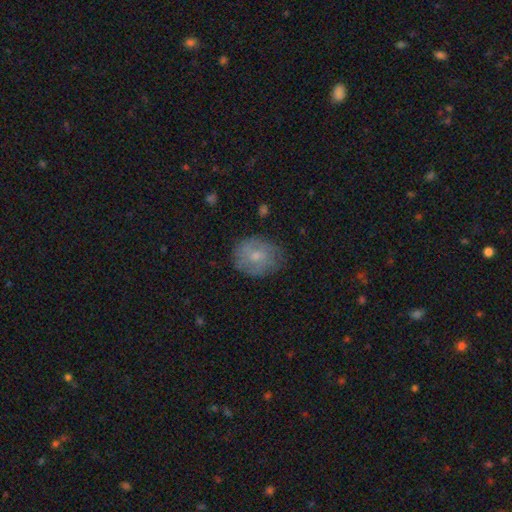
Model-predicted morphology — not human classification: Smooth or featured?
  - smooth: 54% *
  - featured or disk: 38%
  - star or artifact: 8%
How rounded?
  - round: 59% *
  - in between: 40%
  - cigar-shaped: 1%
Merging?
  - none: 71% *
  - minor disturbance: 21%
  - major disturbance: 6%
  - merger: 1%